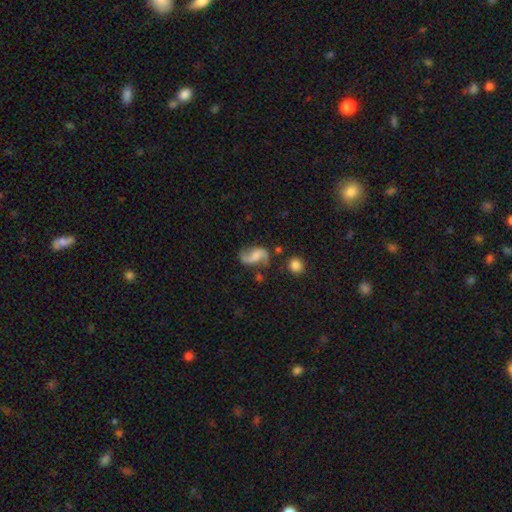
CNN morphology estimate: featured or disk 77%, smooth 16%, star or artifact 8%. Down the decision tree: edge-on disk — no (97%); bar — no (47%); spiral arms — yes (95%); spiral arm count — 2 (92%); spiral winding — loose (74%); bulge size — none (39%); merging — none (66%).